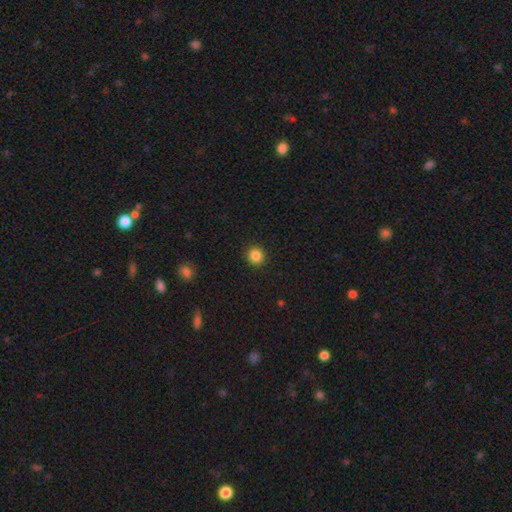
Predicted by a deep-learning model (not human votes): smooth 85%, star or artifact 11%, featured or disk 4%. Down the decision tree: how rounded — round (92%); merging — none (92%).